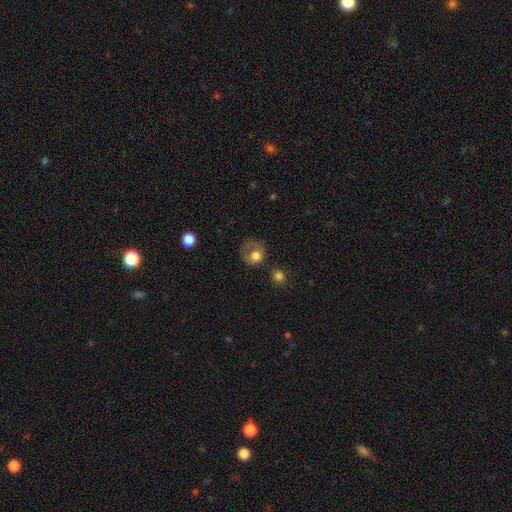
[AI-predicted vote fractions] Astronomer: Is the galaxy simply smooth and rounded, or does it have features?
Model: smooth — 70%.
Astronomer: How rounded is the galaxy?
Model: round — 72%.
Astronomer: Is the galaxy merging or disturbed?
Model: none — 38% (runner-up: major disturbance, 30%).